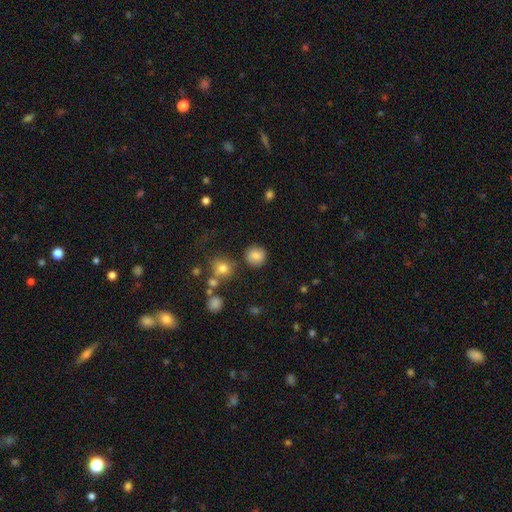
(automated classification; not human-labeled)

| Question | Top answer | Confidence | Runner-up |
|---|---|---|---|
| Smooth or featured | smooth | 81% | star or artifact (11%) |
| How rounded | round | 90% | in between (9%) |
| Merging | none | 85% | minor disturbance (9%) |